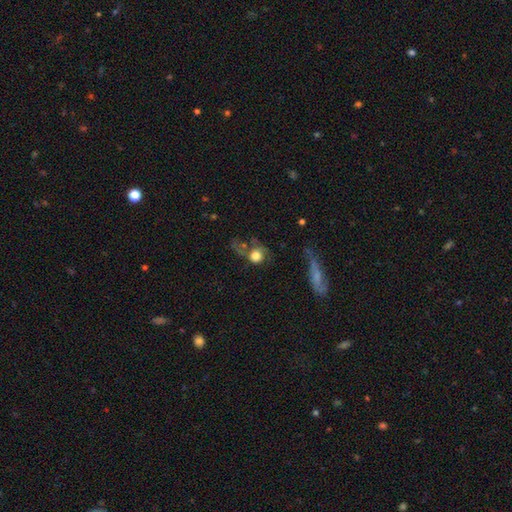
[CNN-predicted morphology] Smooth or featured? smooth (63%)
How rounded? round (79%)
Merging? major disturbance (33%)